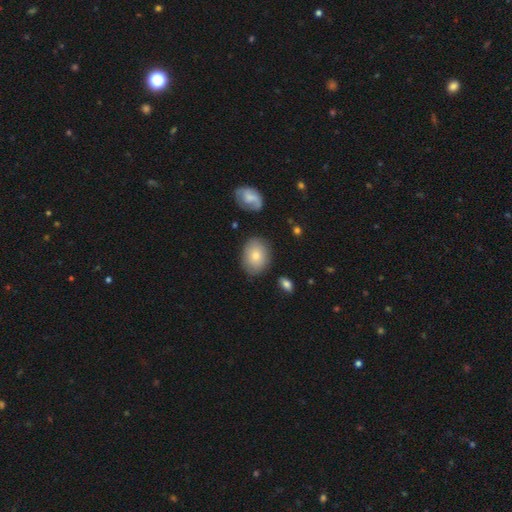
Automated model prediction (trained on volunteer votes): Morphology: type=smooth (75%); roundness=in between (64%); merging=none (79%).